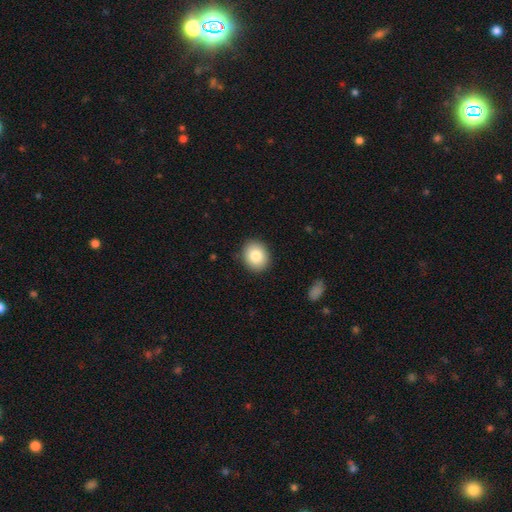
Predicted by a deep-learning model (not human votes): smooth-or-featured: smooth: 83% | featured or disk: 9% | star or artifact: 8%
  how-rounded: round: 65% | in between: 34% | cigar-shaped: 1%
  merging: none: 89% | minor disturbance: 8% | major disturbance: 2% | merger: 1%